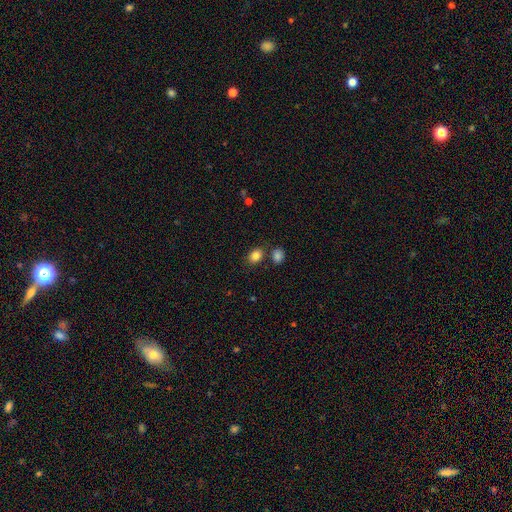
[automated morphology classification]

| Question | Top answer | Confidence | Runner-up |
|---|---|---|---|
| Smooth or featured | smooth | 85% | star or artifact (10%) |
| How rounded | in between | 64% | round (35%) |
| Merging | none | 72% | merger (14%) |